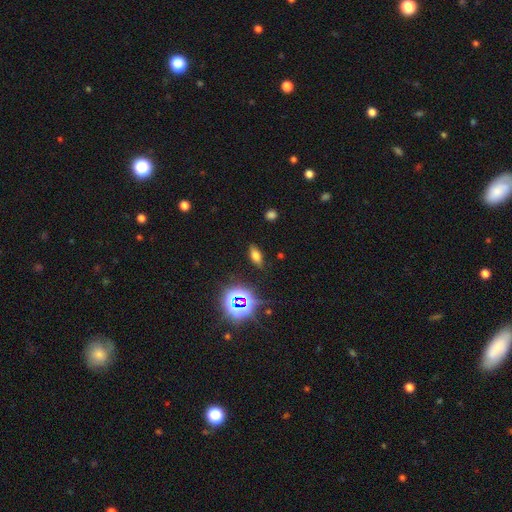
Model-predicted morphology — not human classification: Smooth or featured? Predicted: smooth (p=0.64). How rounded? Predicted: in between (p=0.79). Merging? Predicted: none (p=0.85).